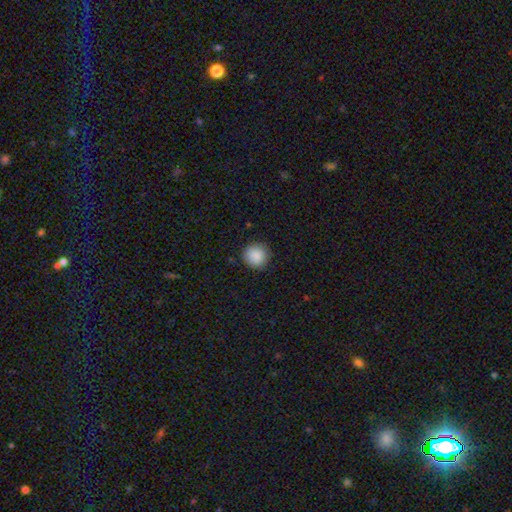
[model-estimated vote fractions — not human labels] Overall: smooth (88%). How rounded: round (94%). Merging: none (89%).